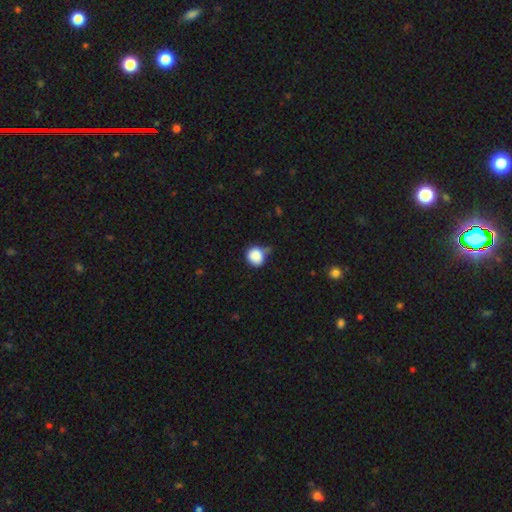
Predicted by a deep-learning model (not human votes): This is clearly a smooth galaxy (86%). How rounded: clearly round (85%). Merging: possibly none (52%).